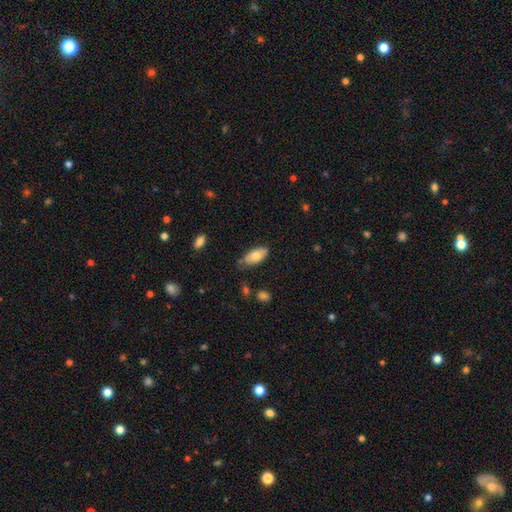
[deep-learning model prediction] This appears to be a smooth galaxy with no disk features (76%) that is in between round and cigar-shaped (92%). Merging: none (67%).